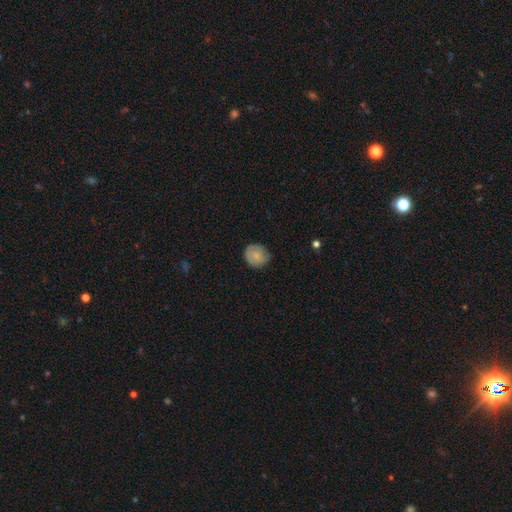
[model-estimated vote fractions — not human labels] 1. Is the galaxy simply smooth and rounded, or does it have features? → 71% smooth, 21% featured or disk, 7% star or artifact.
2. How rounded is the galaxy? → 80% round, 19% in between, 1% cigar-shaped.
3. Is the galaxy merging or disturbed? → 70% none, 24% minor disturbance, 5% major disturbance, 1% merger.